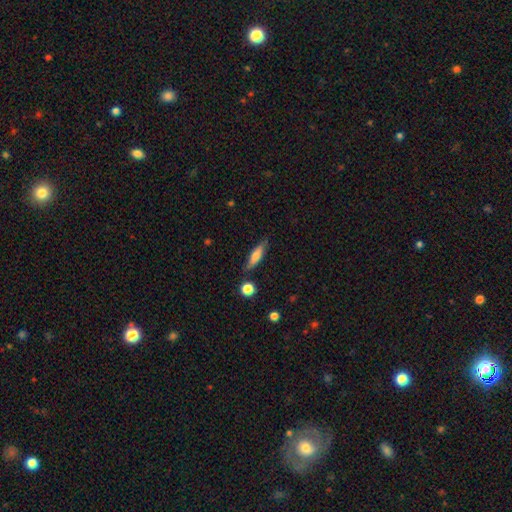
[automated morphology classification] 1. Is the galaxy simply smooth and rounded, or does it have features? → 64% smooth, 29% featured or disk, 7% star or artifact.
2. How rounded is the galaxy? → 68% cigar-shaped, 30% in between, 3% round.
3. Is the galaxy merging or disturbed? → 81% none, 13% minor disturbance, 3% merger, 3% major disturbance.